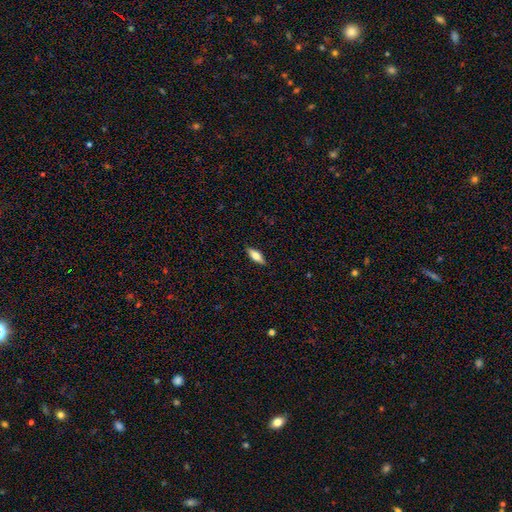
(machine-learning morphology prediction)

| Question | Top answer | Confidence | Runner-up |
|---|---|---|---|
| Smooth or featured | smooth | 68% | featured or disk (25%) |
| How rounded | in between | 60% | cigar-shaped (38%) |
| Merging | none | 89% | minor disturbance (8%) |